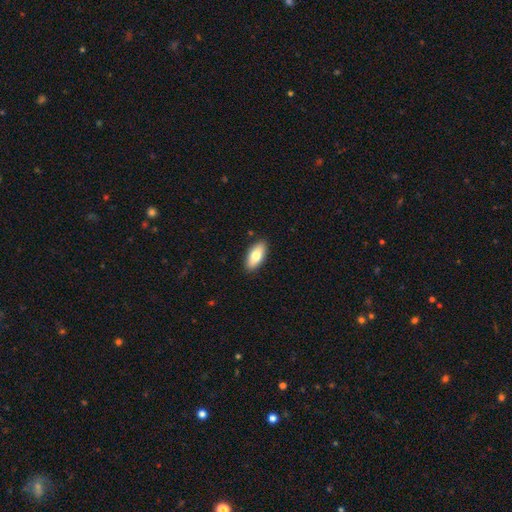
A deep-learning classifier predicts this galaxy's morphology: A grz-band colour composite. It shows a smooth galaxy with no disk features (77%) that is in between round and cigar-shaped (88%). Merging: none (89%).